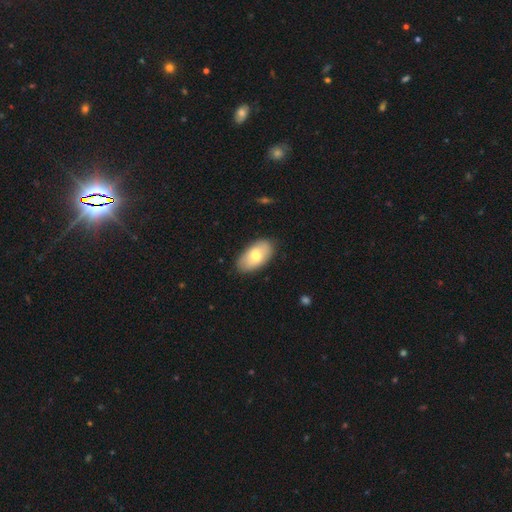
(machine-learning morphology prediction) A smooth galaxy with no disk features (69%) that is in between round and cigar-shaped (94%). Merging: none (84%).